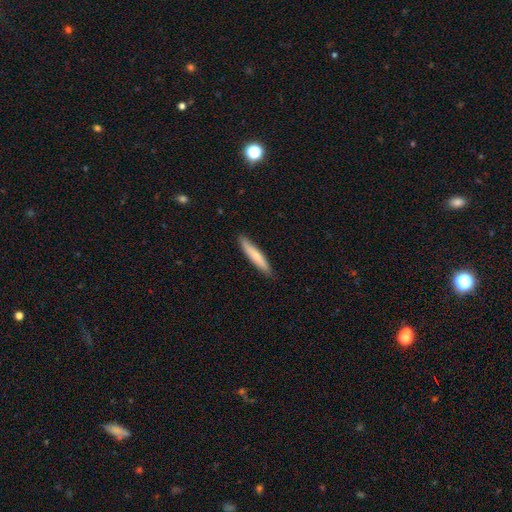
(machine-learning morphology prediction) A smooth galaxy with no disk features (75%) that is cigar-shaped (91%). Merging: none (87%).